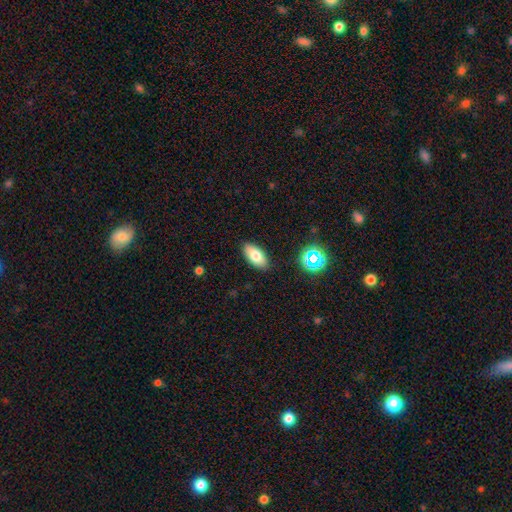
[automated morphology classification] Smooth or featured?
  - smooth: 76% *
  - featured or disk: 14%
  - star or artifact: 9%
How rounded?
  - in between: 89% *
  - cigar-shaped: 8%
  - round: 3%
Merging?
  - none: 88% *
  - minor disturbance: 8%
  - major disturbance: 2%
  - merger: 2%